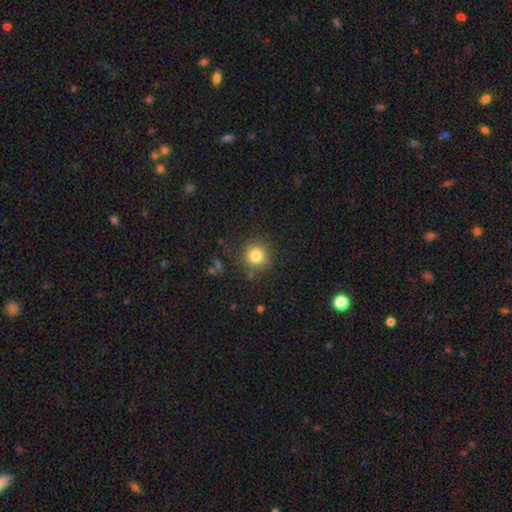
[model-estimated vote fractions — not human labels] This is clearly a smooth galaxy (82%). How rounded: clearly round (92%). Merging: clearly none (84%).